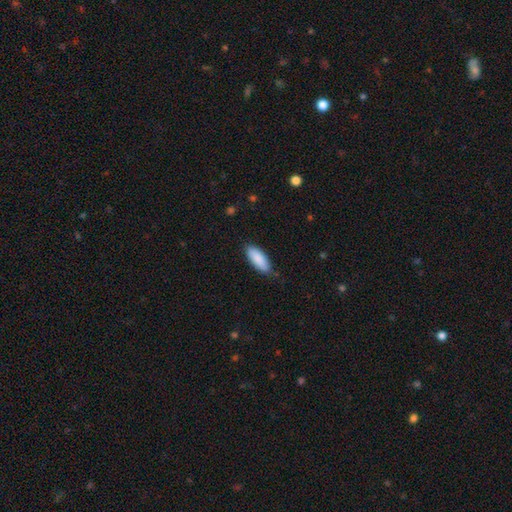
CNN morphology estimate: Q: Smooth or featured?
A: smooth (89%); runner-up: star or artifact (6%)
Q: How rounded?
A: in between (78%); runner-up: cigar-shaped (20%)
Q: Merging?
A: none (81%); runner-up: minor disturbance (15%)